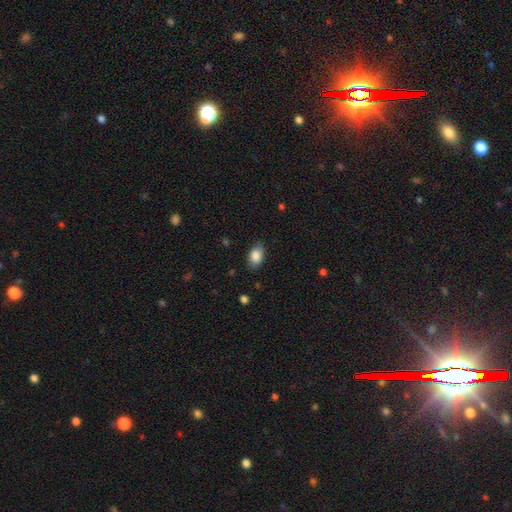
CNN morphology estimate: This is clearly a smooth galaxy (87%). How rounded: clearly in between (88%). Merging: clearly none (83%).